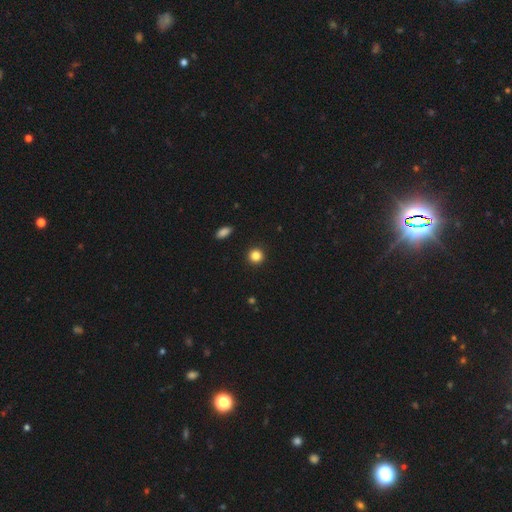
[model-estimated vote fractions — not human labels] smooth 85%, star or artifact 11%, featured or disk 4%. Down the decision tree: how rounded — round (94%); merging — none (93%).